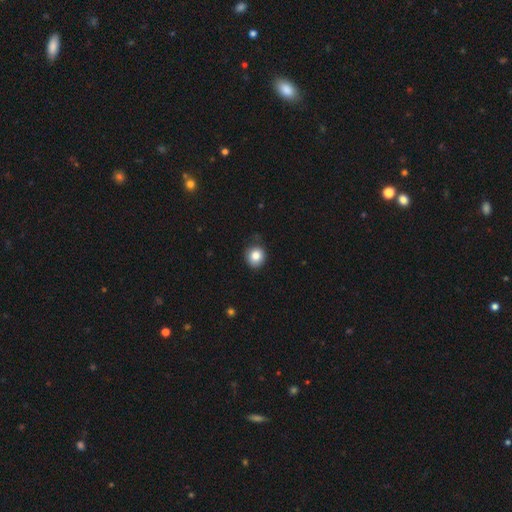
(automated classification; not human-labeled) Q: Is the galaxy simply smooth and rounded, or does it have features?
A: smooth — 83%.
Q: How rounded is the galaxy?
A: round — 83%.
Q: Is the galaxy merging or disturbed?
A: none — 78%.